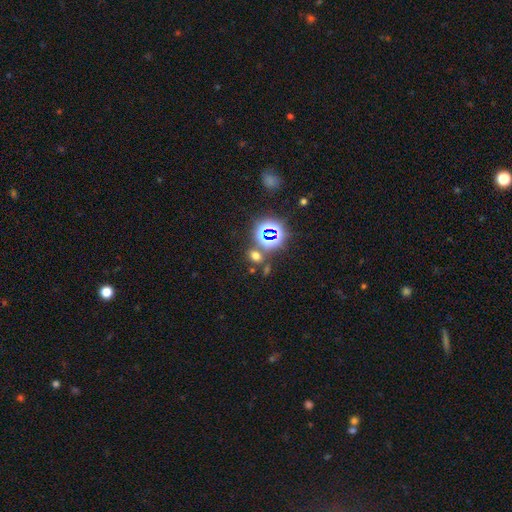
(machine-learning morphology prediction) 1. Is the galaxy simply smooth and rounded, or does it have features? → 51% smooth, 41% star or artifact, 8% featured or disk.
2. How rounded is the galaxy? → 53% in between, 44% round, 3% cigar-shaped.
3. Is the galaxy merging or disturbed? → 74% none, 13% merger, 9% minor disturbance, 4% major disturbance.